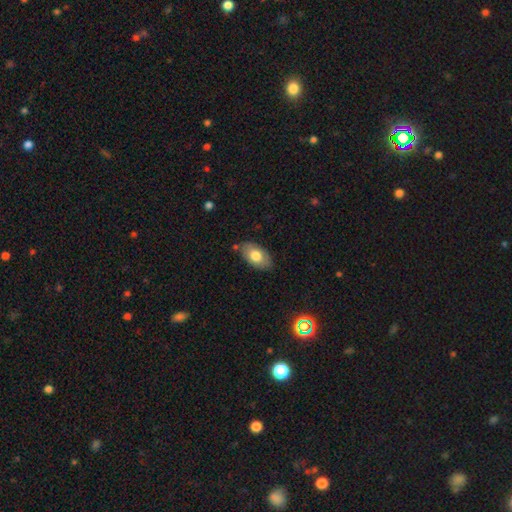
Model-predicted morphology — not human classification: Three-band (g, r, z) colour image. It shows a smooth galaxy with no disk features (71%) that is in between round and cigar-shaped (93%). Merging: none (78%).